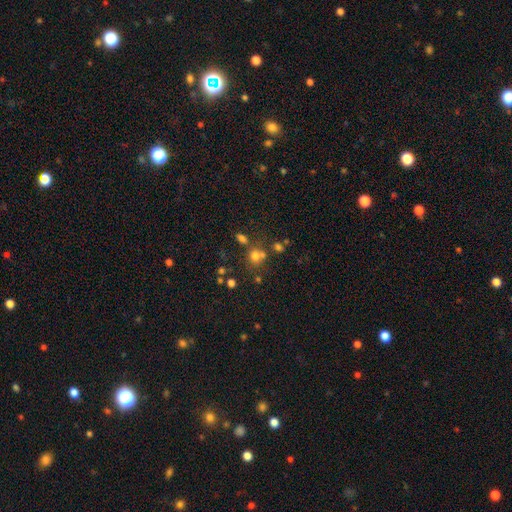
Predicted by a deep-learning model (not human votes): Smooth or featured? smooth (69%)
How rounded? round (76%)
Merging? none (54%)